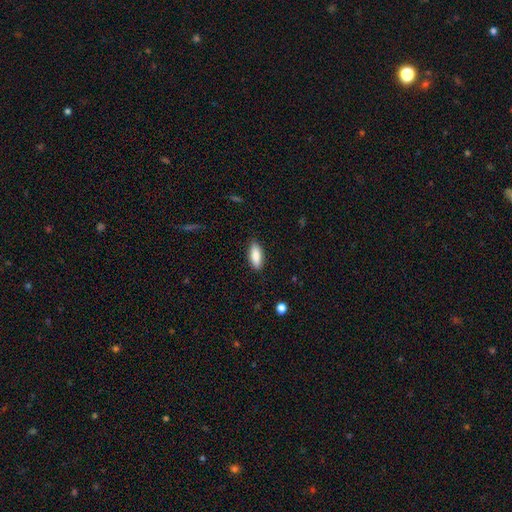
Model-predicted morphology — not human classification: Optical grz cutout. It shows a smooth galaxy with no disk features (86%) that is in between round and cigar-shaped (73%). Merging: none (88%).